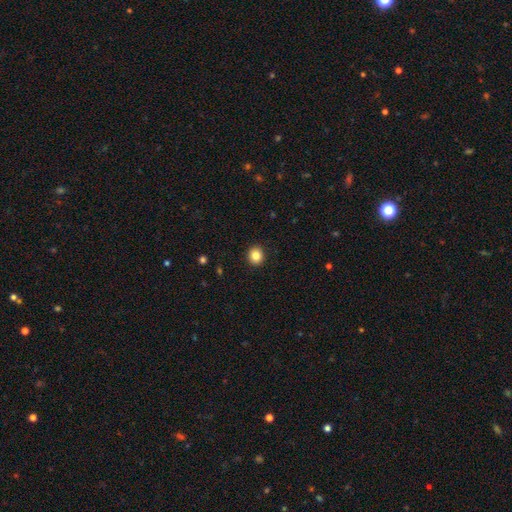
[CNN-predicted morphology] Smooth or featured? smooth (84%)
How rounded? round (85%)
Merging? none (92%)